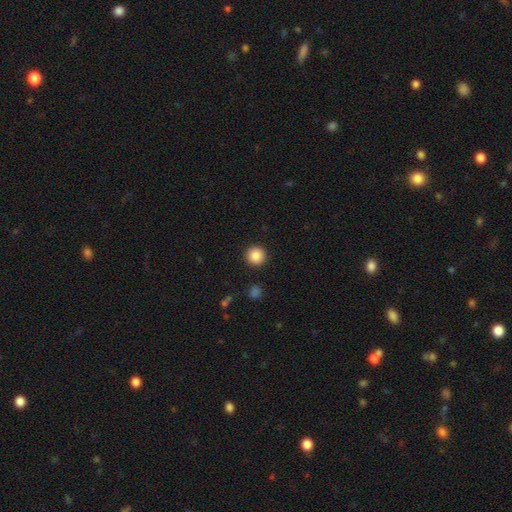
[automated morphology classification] A smooth galaxy with no disk features (87%) that is round (95%). Merging: none (93%).